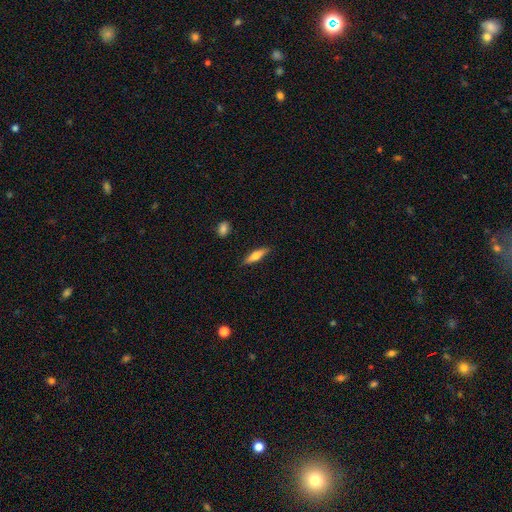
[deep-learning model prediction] The model was most divided on "smooth or featured": smooth: 60%, featured or disk: 34%, star or artifact: 6%. More confident: merging — none (87%); how rounded — cigar-shaped (68%).